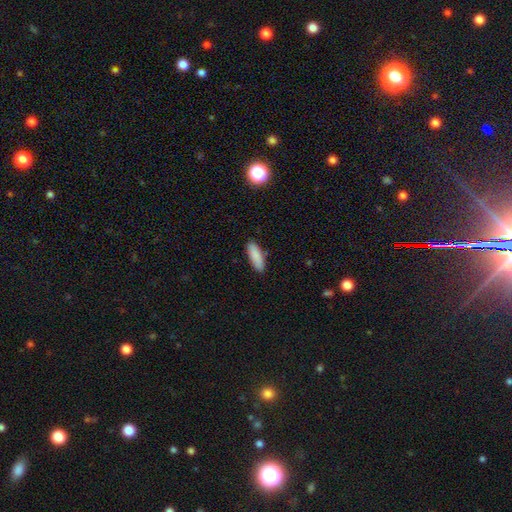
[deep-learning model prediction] Smooth or featured? smooth (88%)
How rounded? in between (55%)
Merging? none (87%)